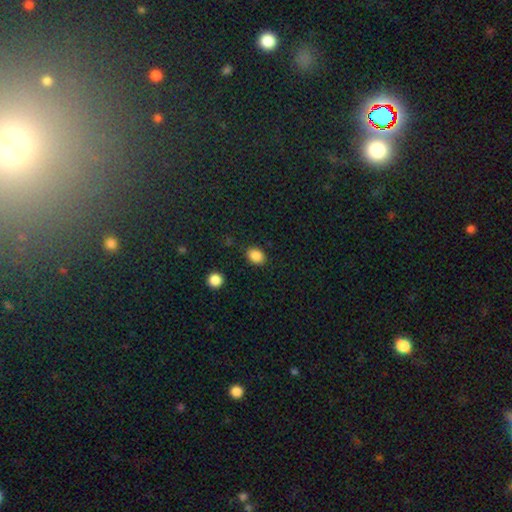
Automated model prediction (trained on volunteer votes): Smooth or featured?
  - smooth: 87% *
  - star or artifact: 10%
  - featured or disk: 4%
How rounded?
  - in between: 63% *
  - round: 37%
  - cigar-shaped: 1%
Merging?
  - none: 85% *
  - minor disturbance: 10%
  - major disturbance: 3%
  - merger: 2%